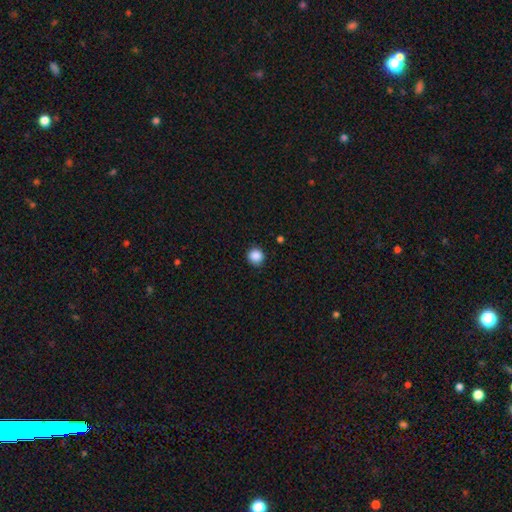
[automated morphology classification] This is clearly a smooth galaxy (88%). How rounded: clearly round (92%). Merging: clearly none (89%).